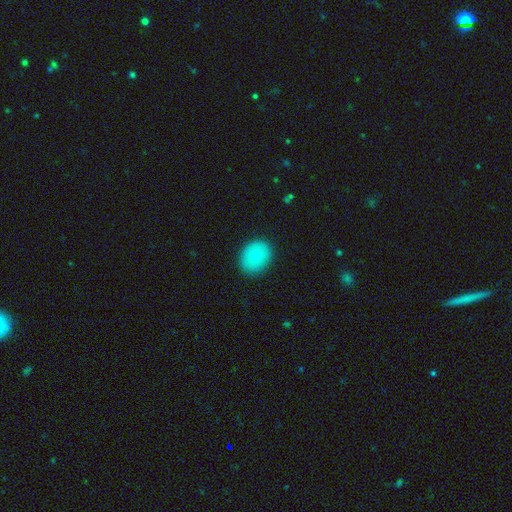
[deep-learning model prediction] A smooth galaxy with no disk features (82%) that is round (50%).

Vote fractions:
- Smooth or featured? smooth: 82% / featured or disk: 10% / star or artifact: 8%
- How rounded? round: 50% / in between: 49% / cigar-shaped: 1%
- Merging? none: 87% / minor disturbance: 10% / major disturbance: 2% / merger: 1%